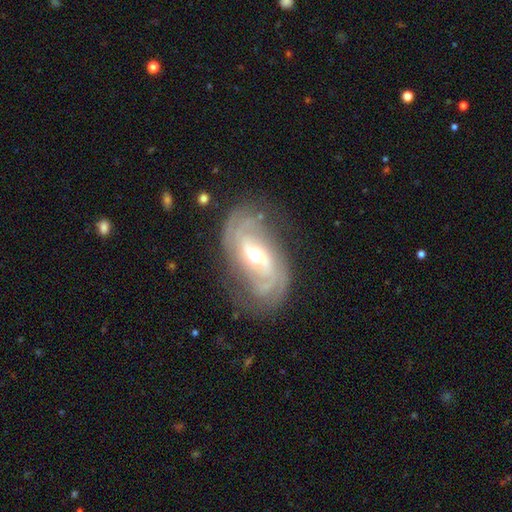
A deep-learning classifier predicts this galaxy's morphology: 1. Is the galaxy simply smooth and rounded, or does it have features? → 86% featured or disk, 9% smooth, 5% star or artifact.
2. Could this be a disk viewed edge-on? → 95% no, 5% yes.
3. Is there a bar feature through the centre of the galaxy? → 41% weak, 37% no, 22% strong.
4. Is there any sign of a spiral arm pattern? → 94% yes, 6% no.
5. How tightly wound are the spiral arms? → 46% tight, 37% medium, 17% loose.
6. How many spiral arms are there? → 58% 2, 17% can't tell, 13% 3, 4% 1, 4% 4, 3% more than 4.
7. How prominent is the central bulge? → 70% moderate, 21% small, 7% large, 1% dominant, 1% none.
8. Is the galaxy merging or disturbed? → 74% none, 16% minor disturbance, 8% major disturbance, 2% merger.